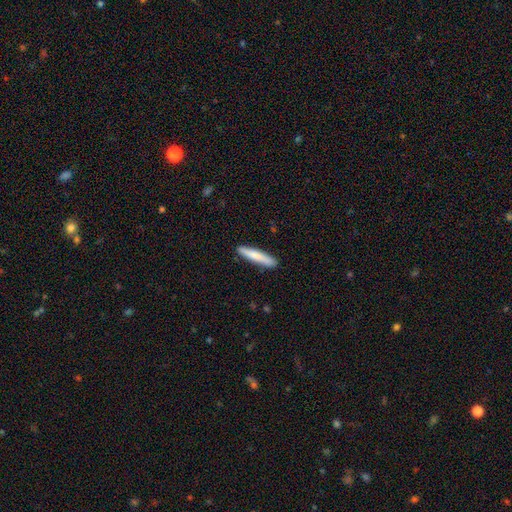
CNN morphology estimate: This appears to be a smooth galaxy with no disk features (78%) that is cigar-shaped (91%). Merging: none (88%).